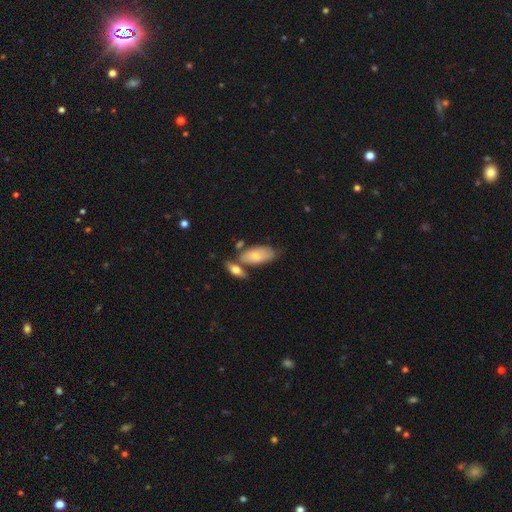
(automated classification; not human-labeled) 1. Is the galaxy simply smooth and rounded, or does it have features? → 68% smooth, 26% featured or disk, 6% star or artifact.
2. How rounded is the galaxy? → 91% in between, 6% cigar-shaped, 3% round.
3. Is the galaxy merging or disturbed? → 52% none, 23% merger, 20% minor disturbance, 5% major disturbance.